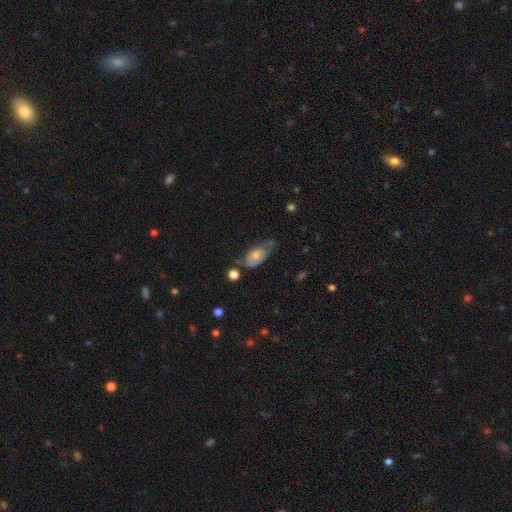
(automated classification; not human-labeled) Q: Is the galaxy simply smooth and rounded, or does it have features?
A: smooth — 61%.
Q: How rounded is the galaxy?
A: in between — 89%.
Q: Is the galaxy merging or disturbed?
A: minor disturbance — 38%.